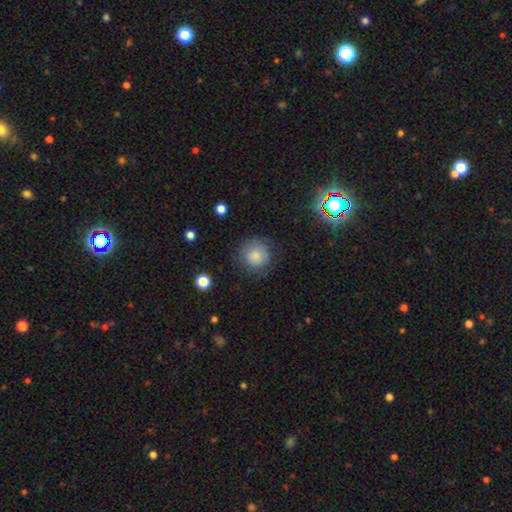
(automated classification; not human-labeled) smooth_or_featured: smooth (p=0.82) [alt: star or artifact p=0.09]
how_rounded: round (p=0.93) [alt: in between p=0.06]
merging: none (p=0.78) [alt: minor disturbance p=0.14]